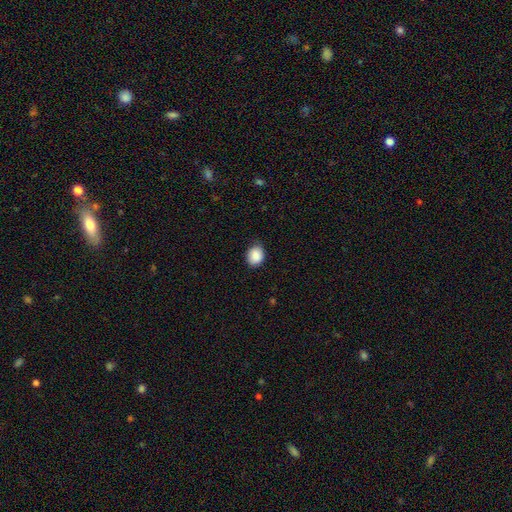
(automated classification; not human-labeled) Overall: smooth (89%). How rounded: in between (55%; round 44%). Merging: none (78%).